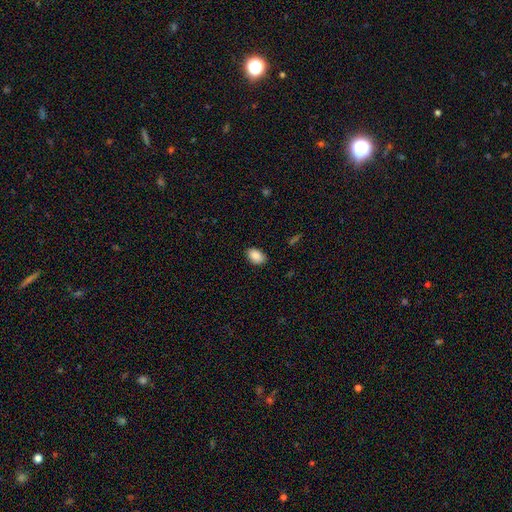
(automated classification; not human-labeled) Smooth or featured? smooth (88%)
How rounded? in between (88%)
Merging? none (87%)